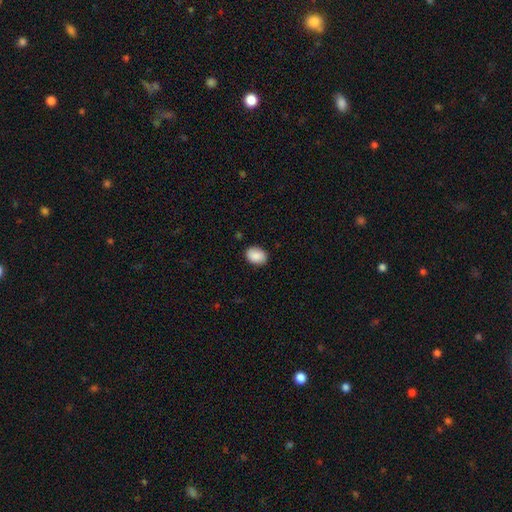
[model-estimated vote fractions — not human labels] smooth-or-featured: smooth: 89% | star or artifact: 7% | featured or disk: 4%
  how-rounded: in between: 73% | round: 26% | cigar-shaped: 1%
  merging: none: 88% | minor disturbance: 9% | major disturbance: 2% | merger: 1%